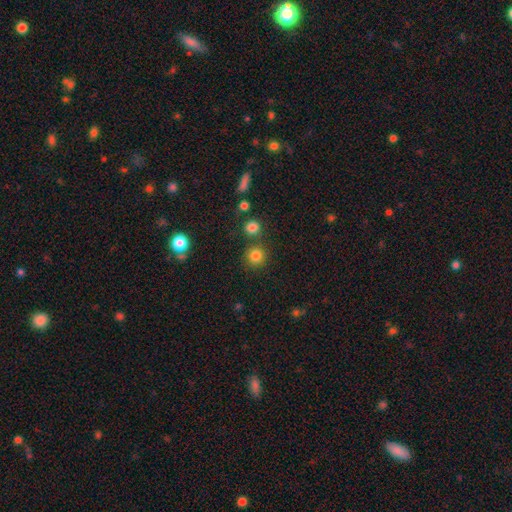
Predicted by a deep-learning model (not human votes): The model was most divided on "merging": none: 78%, merger: 12%, minor disturbance: 7%, major disturbance: 3%. More confident: how rounded — round (93%); smooth or featured — smooth (81%).